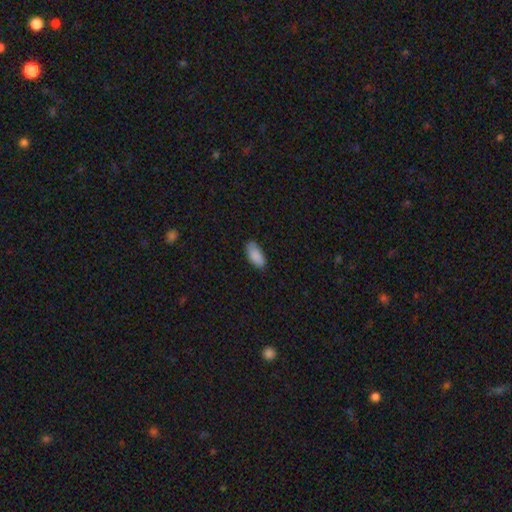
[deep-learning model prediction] smooth-or-featured: smooth: 88% | star or artifact: 7% | featured or disk: 6%
  how-rounded: in between: 92% | cigar-shaped: 6% | round: 2%
  merging: none: 77% | minor disturbance: 18% | major disturbance: 3% | merger: 1%